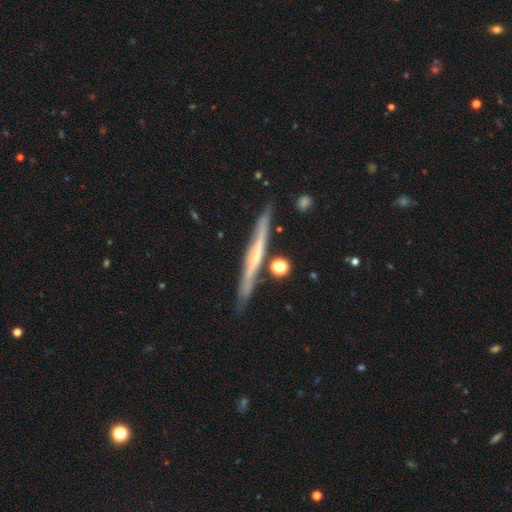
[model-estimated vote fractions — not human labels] A featured or disk galaxy (72%) viewed edge-on (96%) with a rounded central bulge (51%). Merging: none (82%).